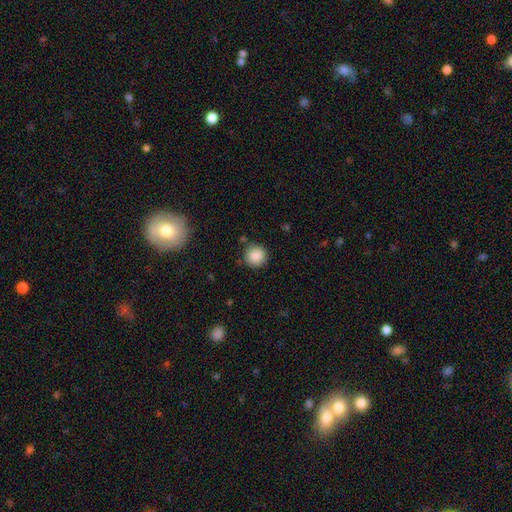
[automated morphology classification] Overall: smooth (87%). How rounded: round (92%). Merging: none (83%).